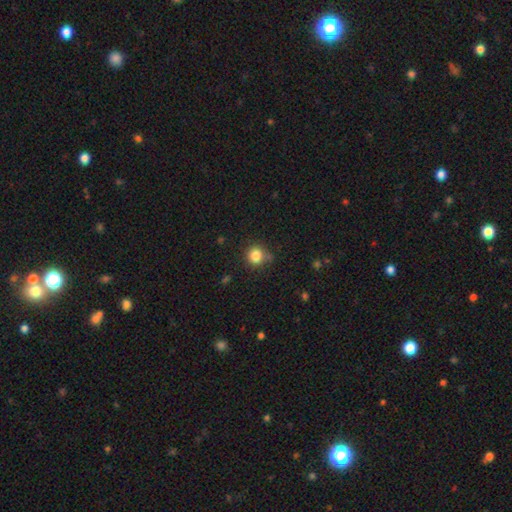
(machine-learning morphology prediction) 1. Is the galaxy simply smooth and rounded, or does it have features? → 84% smooth, 12% star or artifact, 5% featured or disk.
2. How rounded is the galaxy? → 90% round, 9% in between, 1% cigar-shaped.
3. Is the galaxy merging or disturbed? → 77% none, 14% minor disturbance, 5% merger, 4% major disturbance.